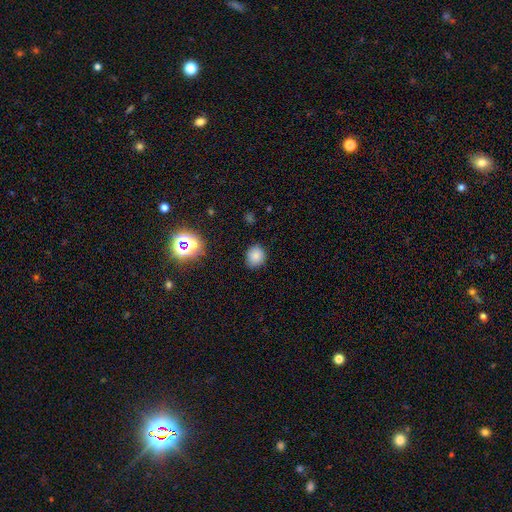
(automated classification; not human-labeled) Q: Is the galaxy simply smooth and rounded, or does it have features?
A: smooth — 80%.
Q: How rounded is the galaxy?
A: round — 74%.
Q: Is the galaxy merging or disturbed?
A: none — 84%.